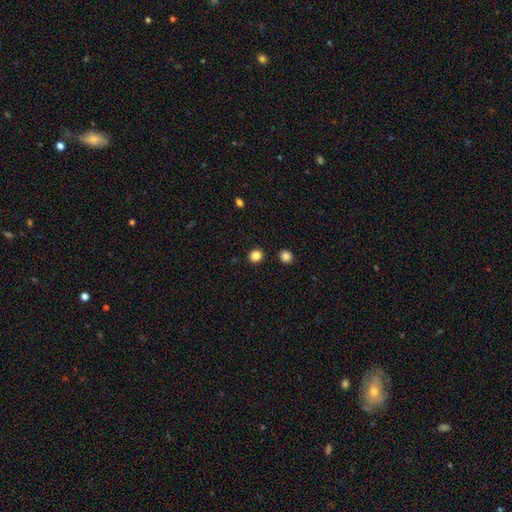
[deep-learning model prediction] Q: Smooth or featured?
A: smooth (84%); runner-up: star or artifact (12%)
Q: How rounded?
A: round (88%); runner-up: in between (11%)
Q: Merging?
A: none (91%); runner-up: minor disturbance (5%)